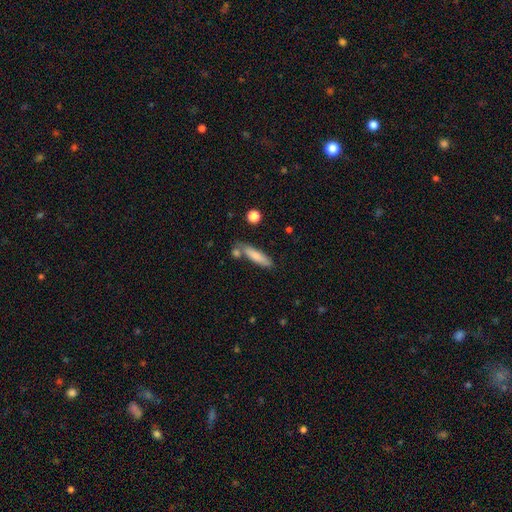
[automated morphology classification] This appears to be a smooth galaxy with no disk features (79%) that is cigar-shaped (75%). Merging: none (67%).